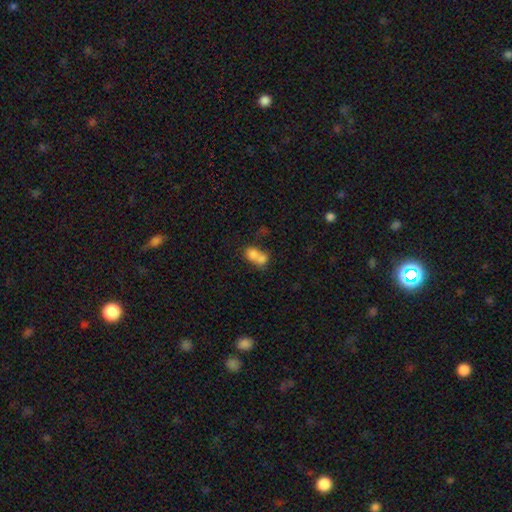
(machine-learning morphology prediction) This is likely a smooth galaxy (72%). How rounded: possibly in between (55%). Merging: likely merger (71%).